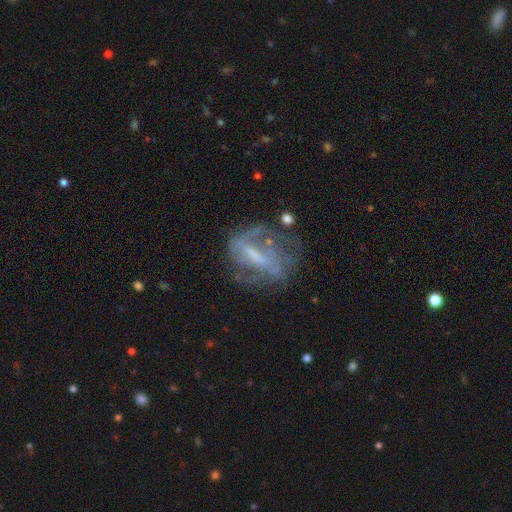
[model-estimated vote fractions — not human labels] smooth-or-featured: featured or disk: 69% | smooth: 19% | star or artifact: 12%
  disk-edge-on: no: 93% | yes: 7%
    bar: strong: 41% | weak: 36% | no: 23%
    has-spiral-arms: yes: 51% | no: 49%
    bulge-size: none: 37% | small: 33% | moderate: 25% | large: 4% | dominant: 1%
  merging: none: 44% | major disturbance: 29% | minor disturbance: 22% | merger: 5%